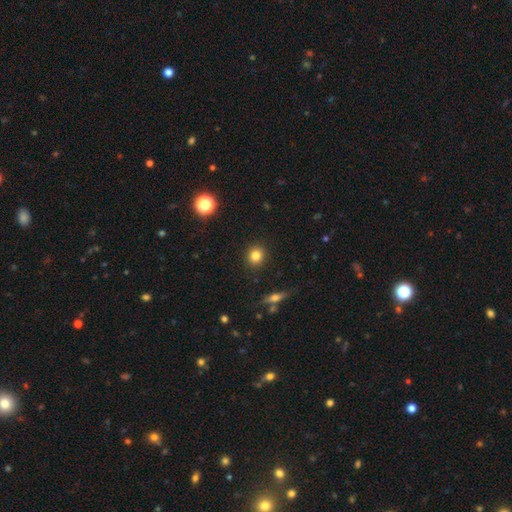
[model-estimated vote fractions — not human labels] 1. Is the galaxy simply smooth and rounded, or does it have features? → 82% smooth, 11% star or artifact, 7% featured or disk.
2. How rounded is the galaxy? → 85% round, 14% in between, 1% cigar-shaped.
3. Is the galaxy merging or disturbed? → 91% none, 6% minor disturbance, 2% major disturbance, 1% merger.